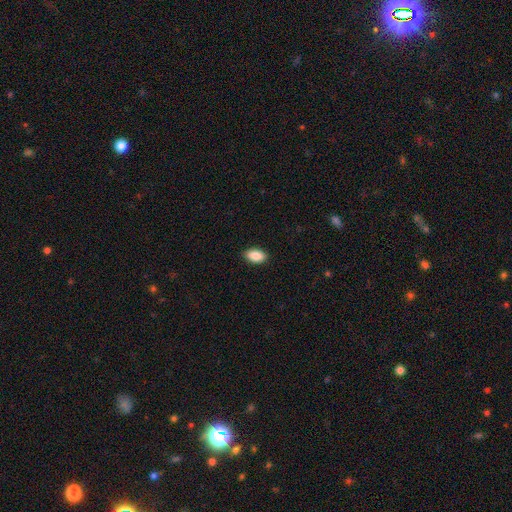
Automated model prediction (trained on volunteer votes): Overall: smooth (89%). How rounded: in between (93%). Merging: none (89%).